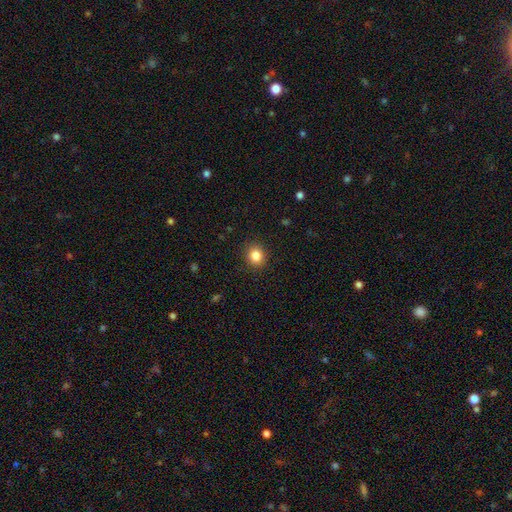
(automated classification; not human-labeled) Smooth or featured: smooth — 84% (star or artifact — 11%)
How rounded: round — 78% (in between — 21%)
Merging: none — 90% (minor disturbance — 7%)